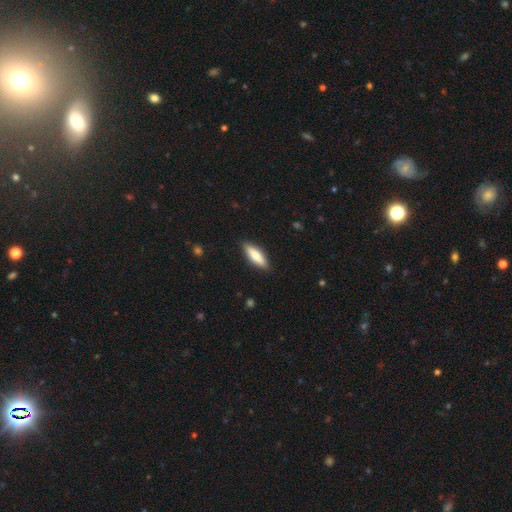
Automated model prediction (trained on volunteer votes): A smooth galaxy with no disk features (80%) that is cigar-shaped (52%). Merging: none (88%).